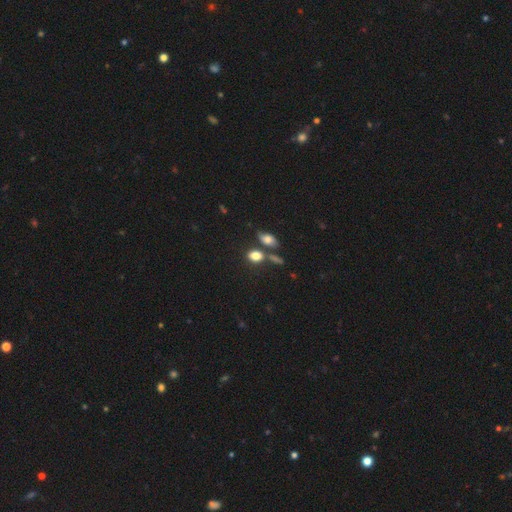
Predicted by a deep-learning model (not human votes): This appears to be a smooth galaxy with no disk features (79%) that is in between round and cigar-shaped (70%). Merging: none (51%).